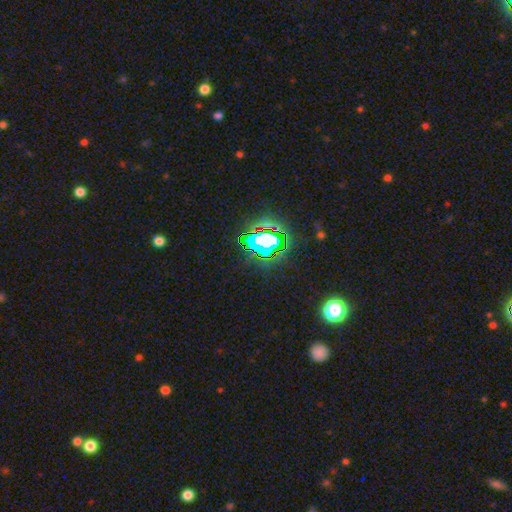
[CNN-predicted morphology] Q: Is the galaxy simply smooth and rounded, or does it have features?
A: star or artifact — 83%.